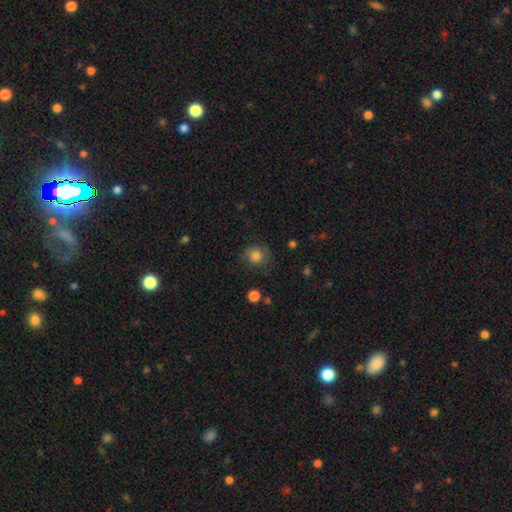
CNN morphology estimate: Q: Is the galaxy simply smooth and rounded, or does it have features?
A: smooth — 82%.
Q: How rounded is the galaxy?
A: round — 87%.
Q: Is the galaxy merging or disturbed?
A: none — 78%.